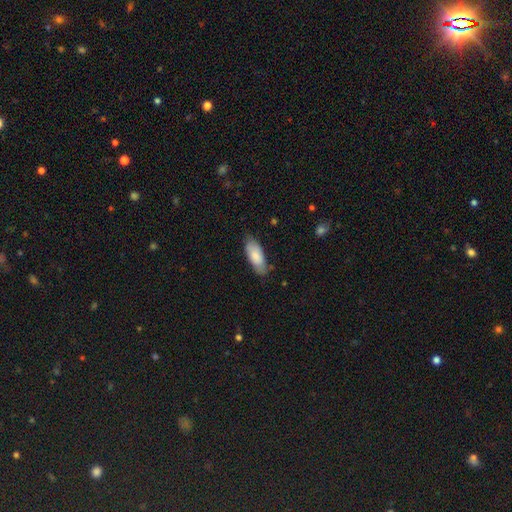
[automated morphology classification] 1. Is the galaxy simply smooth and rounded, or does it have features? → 81% smooth, 13% featured or disk, 6% star or artifact.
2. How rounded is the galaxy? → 81% in between, 18% cigar-shaped, 2% round.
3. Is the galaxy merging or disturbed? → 75% none, 20% minor disturbance, 4% major disturbance, 1% merger.